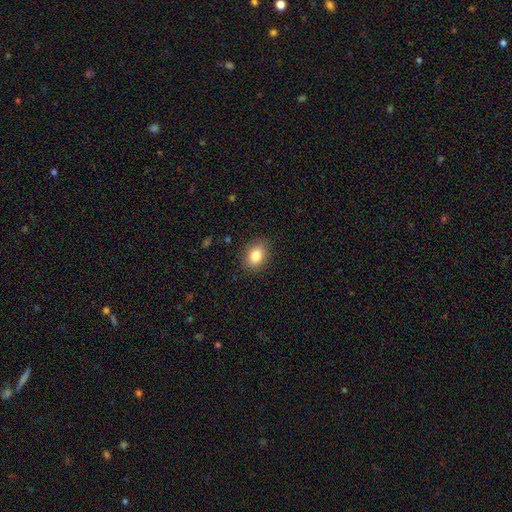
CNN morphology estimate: smooth_or_featured: smooth (p=0.84) [alt: star or artifact p=0.09]
how_rounded: in between (p=0.69) [alt: round p=0.30]
merging: none (p=0.86) [alt: minor disturbance p=0.10]